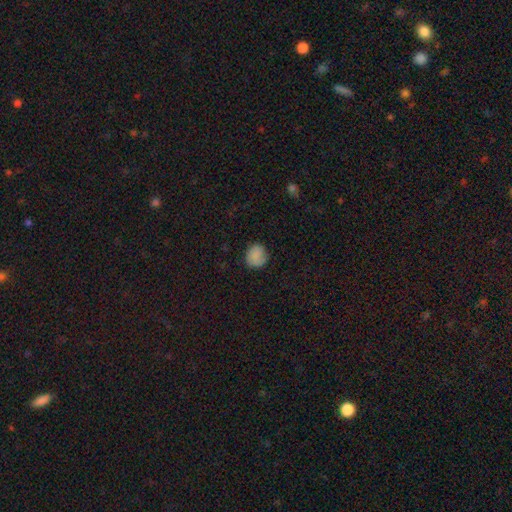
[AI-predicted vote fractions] Overall: smooth (84%). How rounded: round (80%). Merging: none (79%).